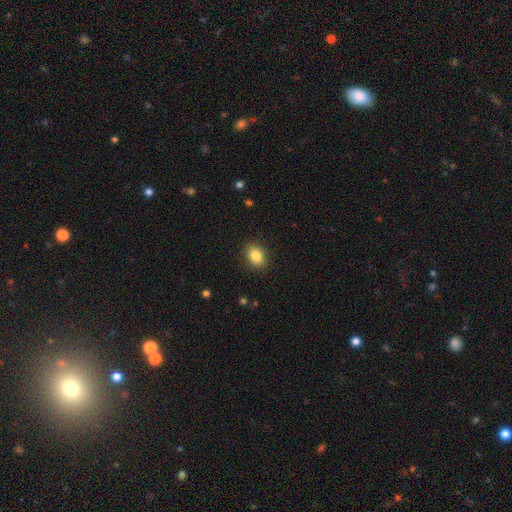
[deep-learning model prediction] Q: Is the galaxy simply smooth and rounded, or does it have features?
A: smooth — 85%.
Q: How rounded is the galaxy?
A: in between — 70%.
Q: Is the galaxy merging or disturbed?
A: none — 89%.